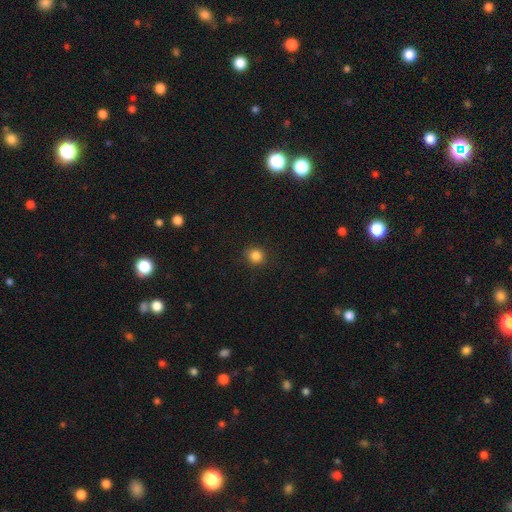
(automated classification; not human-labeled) smooth-or-featured: smooth: 85% | star or artifact: 12% | featured or disk: 4%
  how-rounded: round: 88% | in between: 11% | cigar-shaped: 1%
  merging: none: 88% | minor disturbance: 9% | major disturbance: 2% | merger: 1%